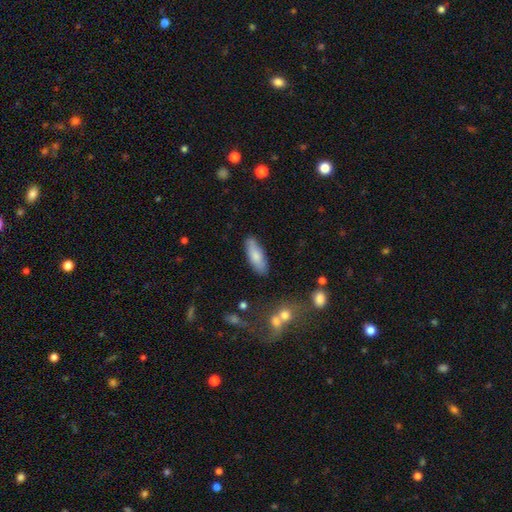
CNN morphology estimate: smooth 79%, featured or disk 15%, star or artifact 6%. Down the decision tree: how rounded — in between (64%); merging — none (84%).